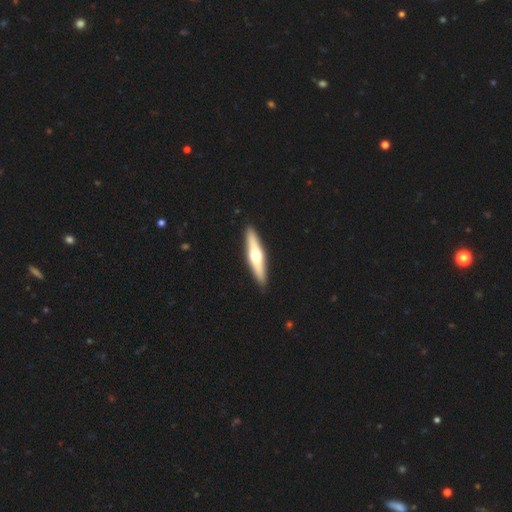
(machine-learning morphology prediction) Smooth or featured?
  - featured or disk: 58% *
  - smooth: 37%
  - star or artifact: 5%
Edge-on disk?
  - yes: 94% *
  - no: 6%
Edge-on bulge?
  - rounded: 94% *
  - none: 4%
  - boxy: 3%
Merging?
  - none: 92% *
  - minor disturbance: 6%
  - major disturbance: 1%
  - merger: 1%